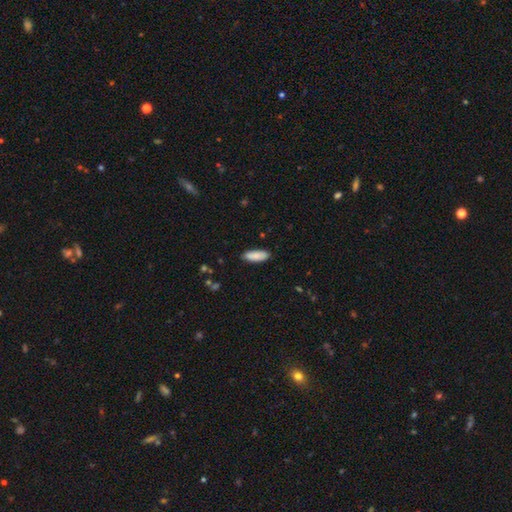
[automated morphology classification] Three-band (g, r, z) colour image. It shows a smooth galaxy with no disk features (88%) that is in between round and cigar-shaped (70%). Merging: none (87%).